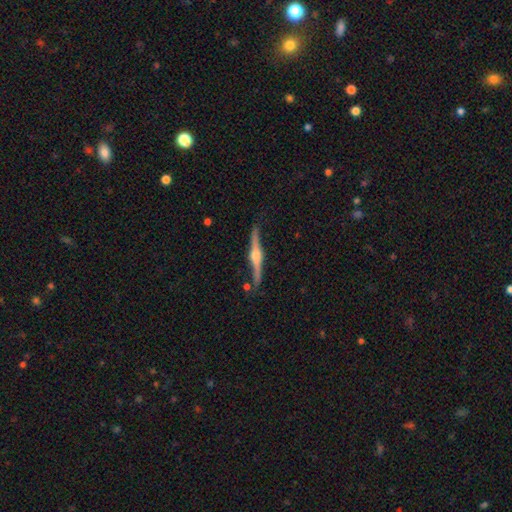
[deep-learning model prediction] The model was most divided on "merging": none: 83%, minor disturbance: 12%, merger: 3%, major disturbance: 2%. More confident: edge-on disk — yes (98%); edge-on bulge — rounded (95%); smooth or featured — featured or disk (85%).